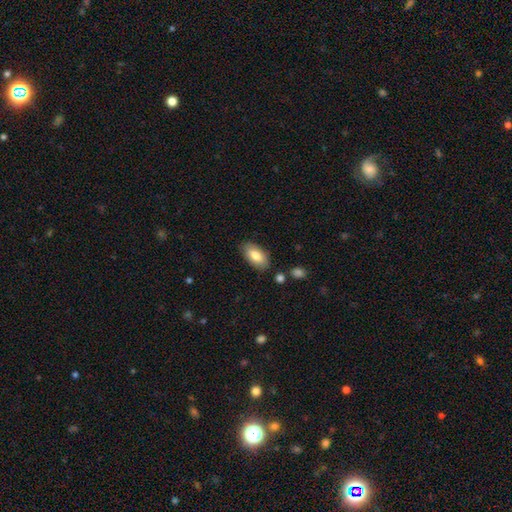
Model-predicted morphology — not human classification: A smooth galaxy with no disk features (81%) that is in between round and cigar-shaped (92%).

Vote fractions:
- Smooth or featured? smooth: 81% / featured or disk: 13% / star or artifact: 6%
- How rounded? in between: 92% / cigar-shaped: 5% / round: 3%
- Merging? none: 82% / minor disturbance: 12% / merger: 3% / major disturbance: 3%